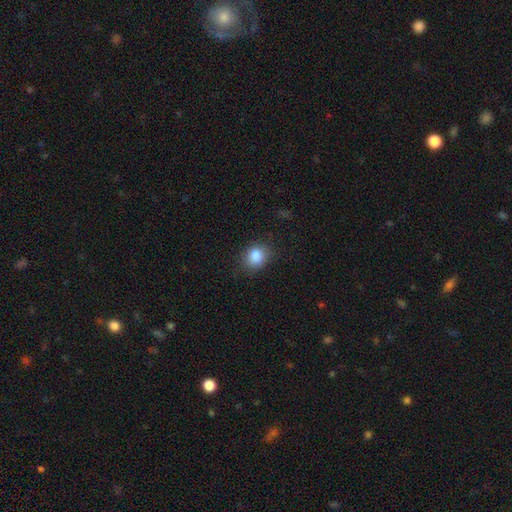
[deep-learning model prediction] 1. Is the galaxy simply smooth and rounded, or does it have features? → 86% smooth, 9% star or artifact, 4% featured or disk.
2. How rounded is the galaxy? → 64% round, 35% in between, 1% cigar-shaped.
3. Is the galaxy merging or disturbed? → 79% none, 15% minor disturbance, 4% major disturbance, 1% merger.